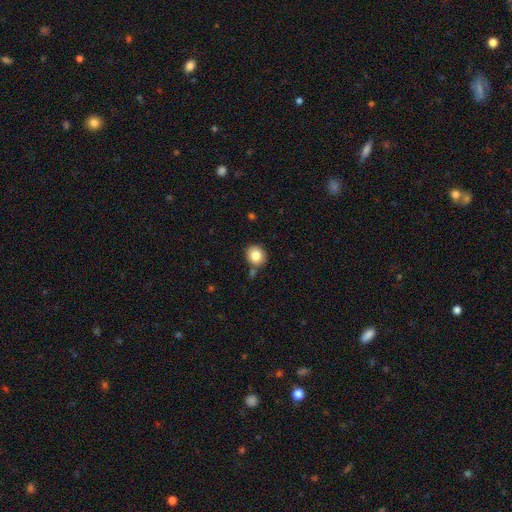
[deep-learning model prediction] This appears to be a smooth galaxy with no disk features (82%) that is round (79%). Merging: none (80%).